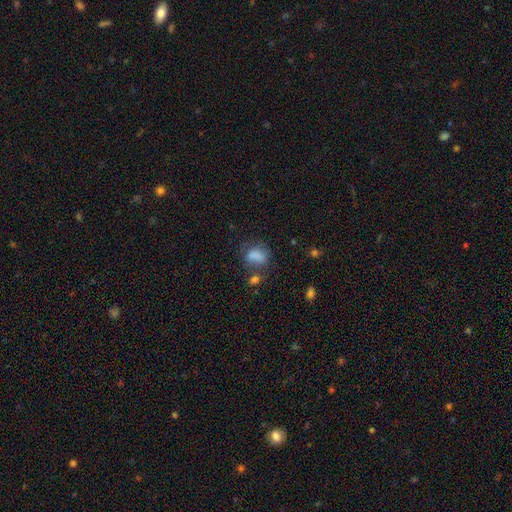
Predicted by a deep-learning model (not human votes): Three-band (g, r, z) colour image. It shows a smooth galaxy with no disk features (75%) that is in between round and cigar-shaped (66%). Merging: none (41%).